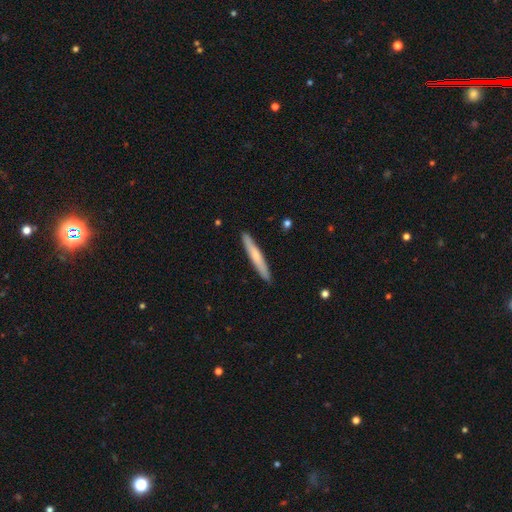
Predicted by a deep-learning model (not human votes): Smooth or featured: smooth — 59% (featured or disk — 36%)
How rounded: cigar-shaped — 95% (in between — 3%)
Merging: none — 91% (minor disturbance — 7%)